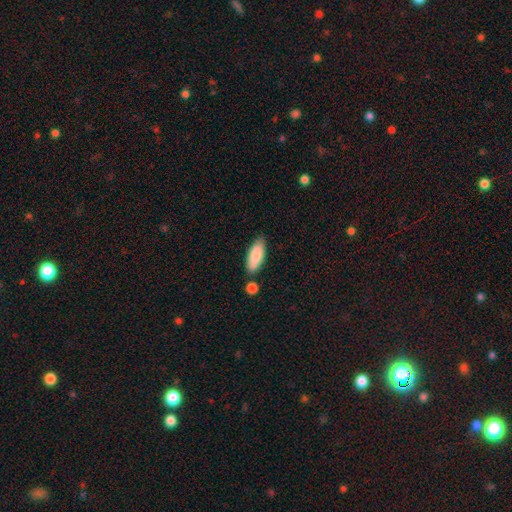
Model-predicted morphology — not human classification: The model was most divided on "how rounded": in between: 75%, cigar-shaped: 23%, round: 2%. More confident: smooth or featured — smooth (86%); merging — none (73%).